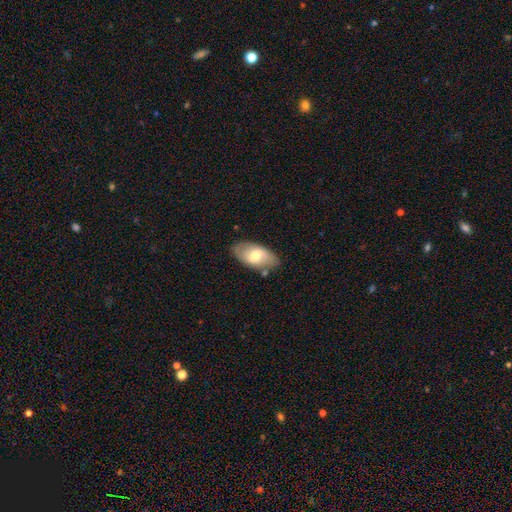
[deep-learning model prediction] Overall: smooth (60%; featured or disk 34%). How rounded: in between (93%). Merging: none (77%).